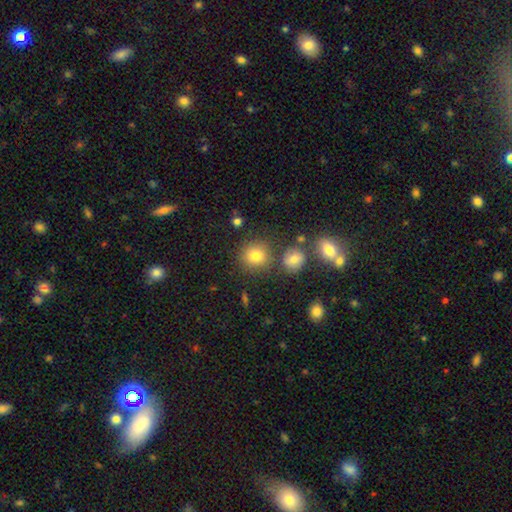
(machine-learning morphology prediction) Q: Smooth or featured?
A: smooth (79%); runner-up: star or artifact (14%)
Q: How rounded?
A: round (86%); runner-up: in between (13%)
Q: Merging?
A: none (77%); runner-up: merger (10%)